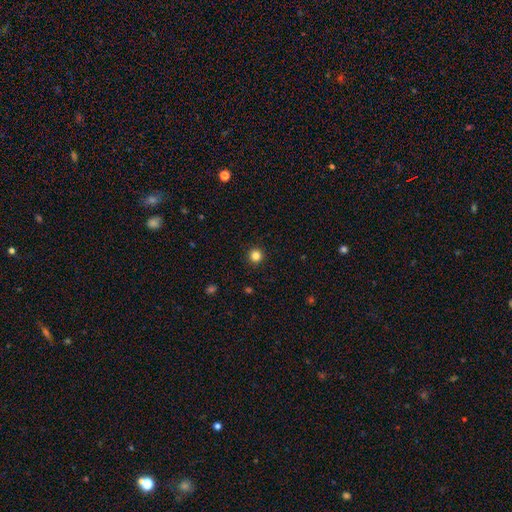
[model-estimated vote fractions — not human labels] Smooth or featured: smooth — 84% (star or artifact — 12%)
How rounded: round — 95% (in between — 4%)
Merging: none — 93% (minor disturbance — 5%)